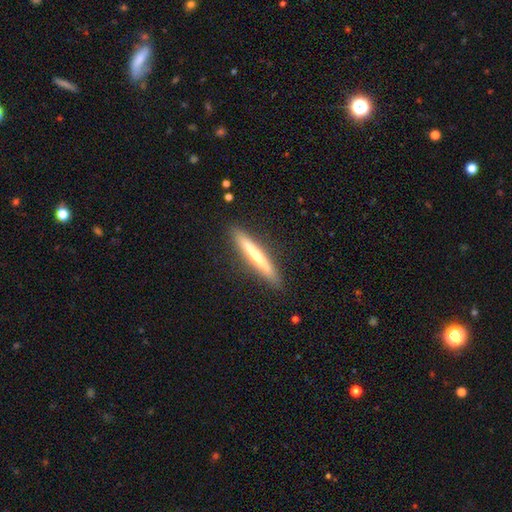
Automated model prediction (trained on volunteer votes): featured or disk 55%, smooth 40%, star or artifact 6%. Down the decision tree: edge-on disk — yes (94%); edge-on bulge — rounded (75%); merging — none (91%).